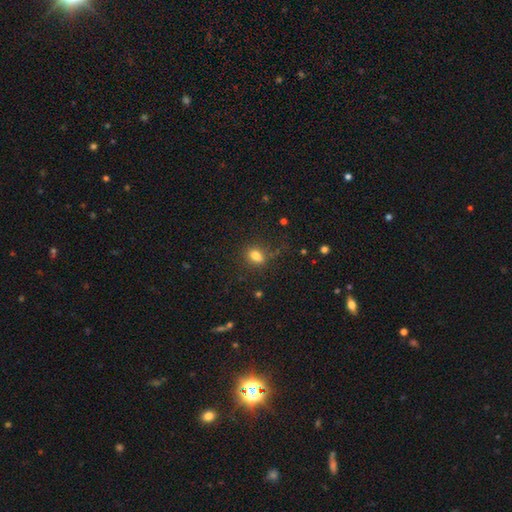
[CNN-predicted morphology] Smooth or featured: smooth — 78% (star or artifact — 13%)
How rounded: in between — 60% (round — 38%)
Merging: none — 74% (minor disturbance — 16%)